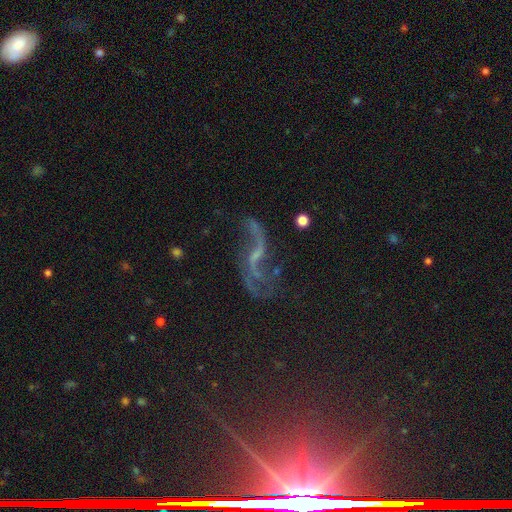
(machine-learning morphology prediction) This is likely a featured or disk galaxy (73%). It is clearly not viewed edge-on (92%). Bar: marginally no (41%). Spiral arm pattern: clearly yes (89%). Spiral arm count: clearly 2 (86%). Spiral winding: likely loose (77%). Central bulge: possibly small (57%). Merging: possibly none (56%).